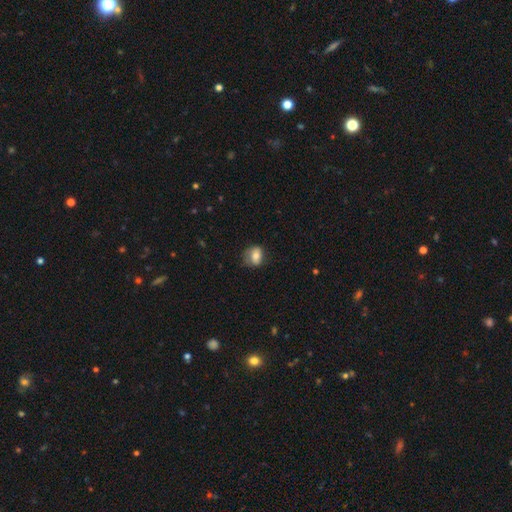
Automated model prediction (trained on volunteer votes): This appears to be a smooth galaxy with no disk features (69%) that is in between round and cigar-shaped (52%). Merging: none (59%).